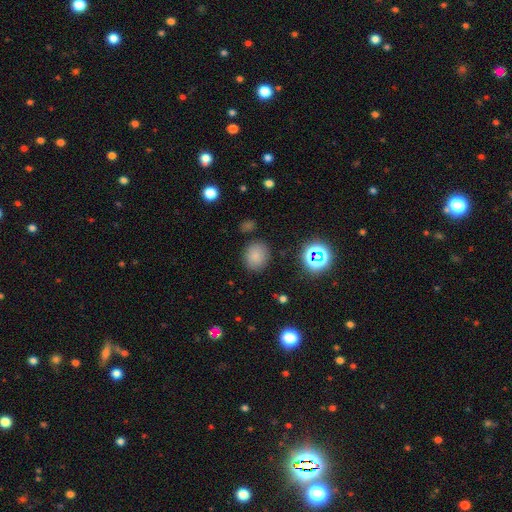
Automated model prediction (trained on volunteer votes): smooth_or_featured: smooth (p=0.78) [alt: star or artifact p=0.15]
how_rounded: round (p=0.66) [alt: in between p=0.33]
merging: none (p=0.84) [alt: minor disturbance p=0.10]